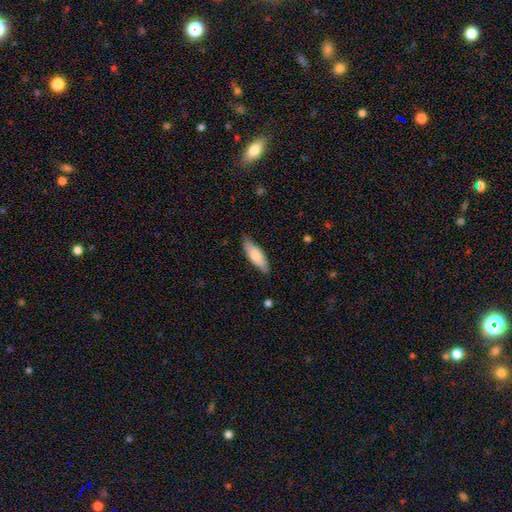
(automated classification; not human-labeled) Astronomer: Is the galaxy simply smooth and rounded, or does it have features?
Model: smooth — 74%.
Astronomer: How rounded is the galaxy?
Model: in between — 55% (runner-up: cigar-shaped, 43%).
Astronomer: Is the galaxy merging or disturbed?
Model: none — 83%.